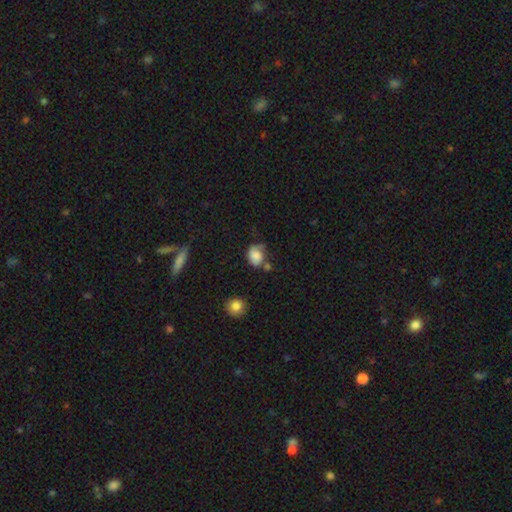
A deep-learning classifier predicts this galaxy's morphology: Smooth or featured? Predicted: smooth (p=0.69). How rounded? Predicted: in between (p=0.55). Merging? Predicted: none (p=0.40).